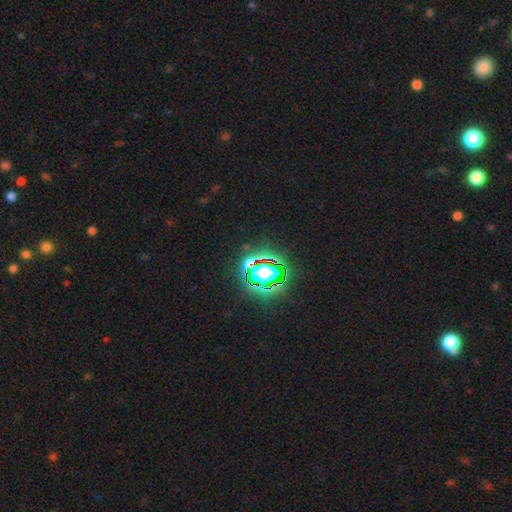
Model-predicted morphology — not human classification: This is clearly a star or artifact rather than a galaxy (82%).